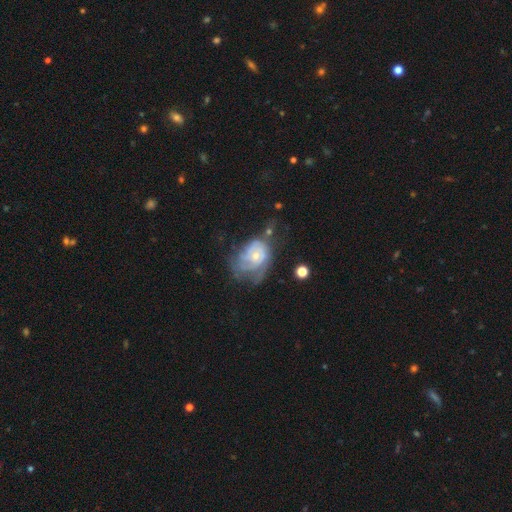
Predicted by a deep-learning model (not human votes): This appears to be a featured or disk galaxy (72%) with no bar (77%), tight (56%) spiral arms (77%) and a small central bulge (51%). Merging: major disturbance (36%).